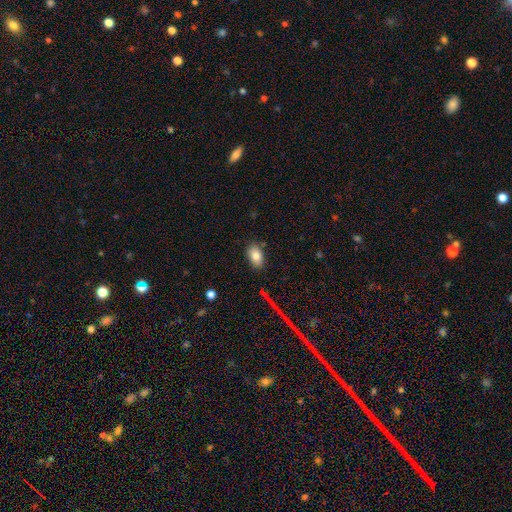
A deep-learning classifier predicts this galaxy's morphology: Smooth or featured? smooth (83%)
How rounded? in between (90%)
Merging? none (83%)